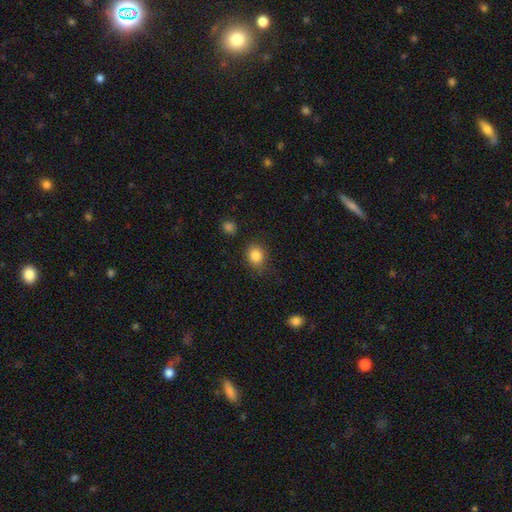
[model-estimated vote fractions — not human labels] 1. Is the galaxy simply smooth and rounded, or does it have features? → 85% smooth, 10% star or artifact, 5% featured or disk.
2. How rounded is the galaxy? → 72% round, 27% in between, 1% cigar-shaped.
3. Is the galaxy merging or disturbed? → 77% none, 16% minor disturbance, 5% major disturbance, 2% merger.